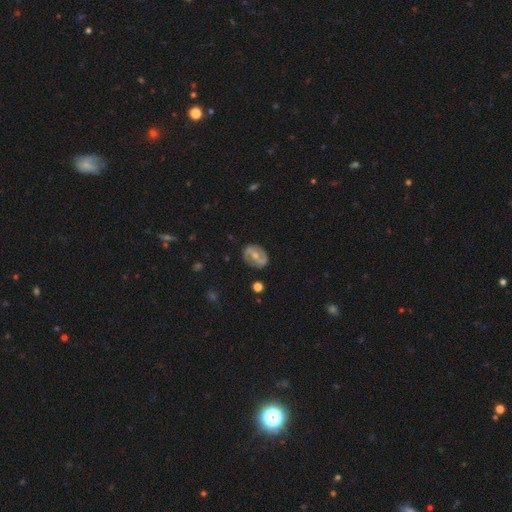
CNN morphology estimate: Smooth or featured?
  - featured or disk: 75% *
  - smooth: 19%
  - star or artifact: 6%
Edge-on disk?
  - no: 97% *
  - yes: 3%
Bar?
  - weak: 41% *
  - no: 31%
  - strong: 28%
Spiral arms?
  - yes: 84% *
  - no: 16%
Spiral winding?
  - medium: 44% *
  - loose: 32%
  - tight: 25%
Spiral arm count?
  - 2: 89% *
  - can't tell: 6%
  - 1: 2%
  - 3: 1%
  - 4: 1%
  - more than 4: 1%
Bulge size?
  - moderate: 55% *
  - small: 40%
  - none: 2%
  - large: 2%
  - dominant: 1%
Merging?
  - none: 83% *
  - minor disturbance: 12%
  - major disturbance: 3%
  - merger: 1%